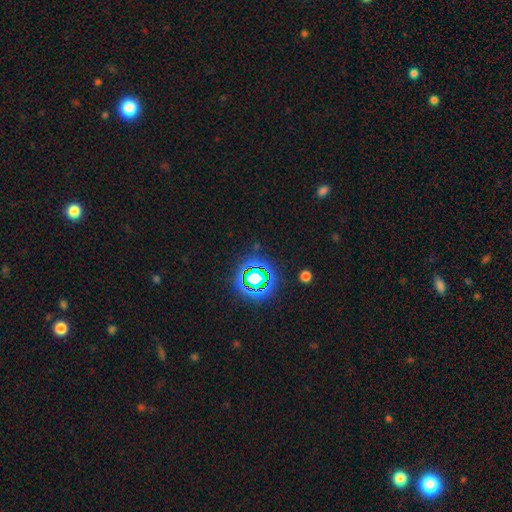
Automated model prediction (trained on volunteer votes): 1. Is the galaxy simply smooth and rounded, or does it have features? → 74% star or artifact, 20% smooth, 6% featured or disk.